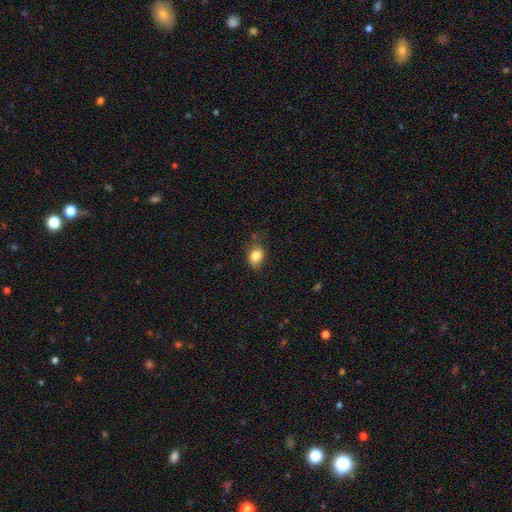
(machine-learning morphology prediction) Q: Smooth or featured?
A: smooth (84%); runner-up: star or artifact (9%)
Q: How rounded?
A: in between (59%); runner-up: round (39%)
Q: Merging?
A: none (68%); runner-up: minor disturbance (24%)